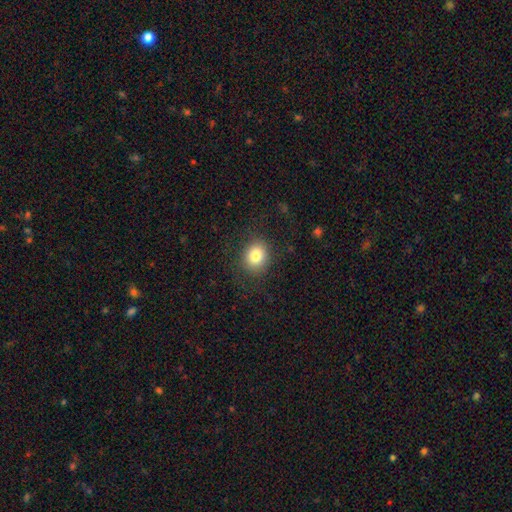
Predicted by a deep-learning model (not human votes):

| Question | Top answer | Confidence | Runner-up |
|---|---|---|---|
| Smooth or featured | smooth | 81% | star or artifact (11%) |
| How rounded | round | 68% | in between (31%) |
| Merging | none | 85% | minor disturbance (9%) |